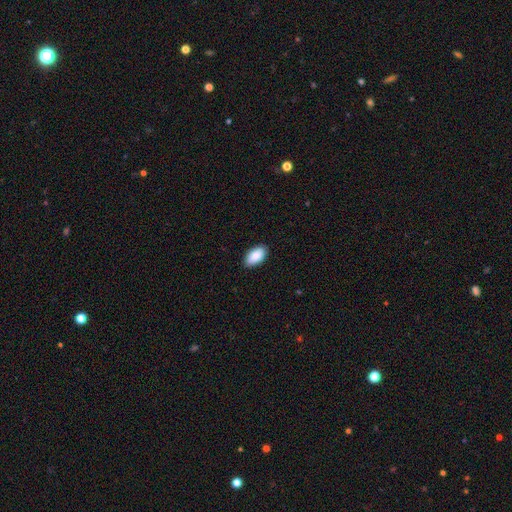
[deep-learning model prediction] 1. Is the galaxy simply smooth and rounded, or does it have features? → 89% smooth, 6% star or artifact, 5% featured or disk.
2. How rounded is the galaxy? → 95% in between, 3% round, 2% cigar-shaped.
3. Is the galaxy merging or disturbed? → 88% none, 9% minor disturbance, 2% major disturbance, 1% merger.